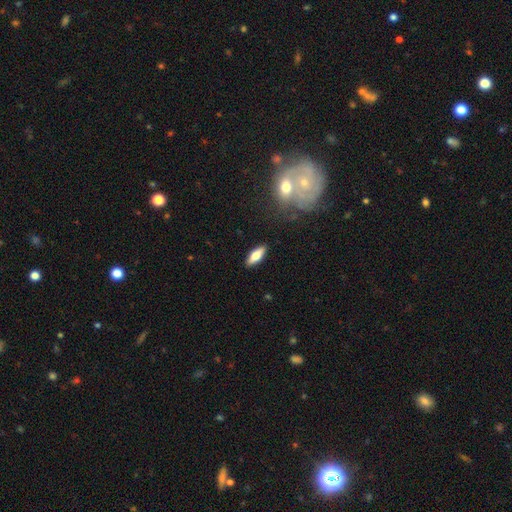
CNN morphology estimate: smooth-or-featured: smooth: 65% | featured or disk: 29% | star or artifact: 7%
  how-rounded: in between: 64% | cigar-shaped: 33% | round: 2%
  merging: none: 89% | minor disturbance: 8% | major disturbance: 2% | merger: 1%